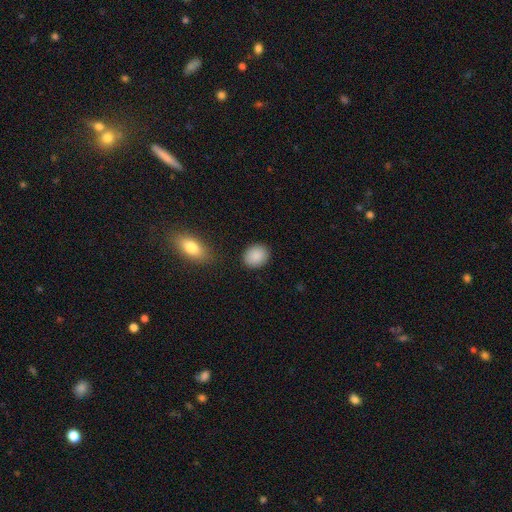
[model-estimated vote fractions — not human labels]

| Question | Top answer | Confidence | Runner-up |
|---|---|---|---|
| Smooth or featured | smooth | 89% | star or artifact (7%) |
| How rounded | round | 53% | in between (46%) |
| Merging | none | 85% | minor disturbance (10%) |